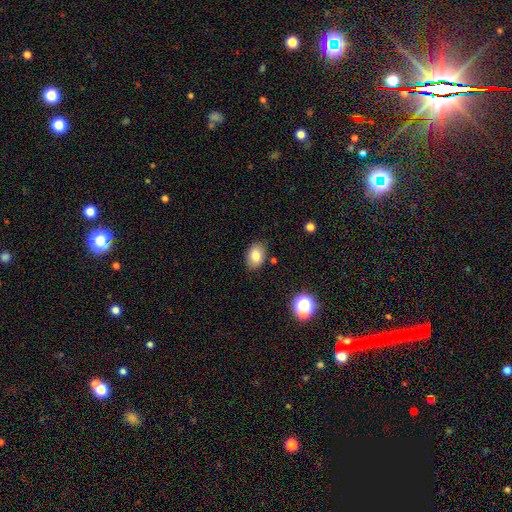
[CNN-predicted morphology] smooth 81%, star or artifact 10%, featured or disk 9%. Down the decision tree: how rounded — in between (83%); merging — none (83%).